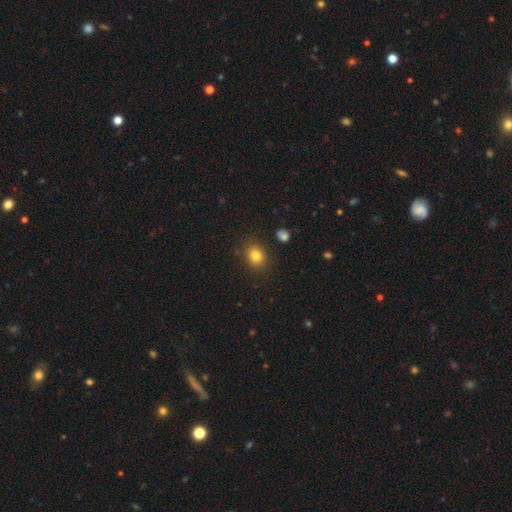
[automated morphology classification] Smooth or featured? smooth (81%)
How rounded? round (60%)
Merging? none (85%)